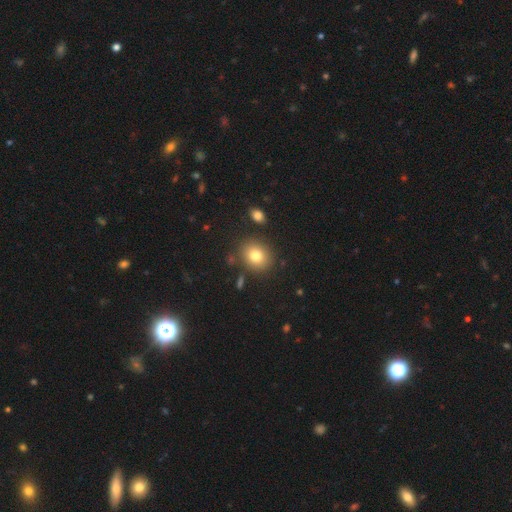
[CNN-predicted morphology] A smooth galaxy with no disk features (80%) that is round (68%).

Vote fractions:
- Smooth or featured? smooth: 80% / star or artifact: 11% / featured or disk: 9%
- How rounded? round: 68% / in between: 31% / cigar-shaped: 1%
- Merging? none: 84% / minor disturbance: 9% / merger: 4% / major disturbance: 3%